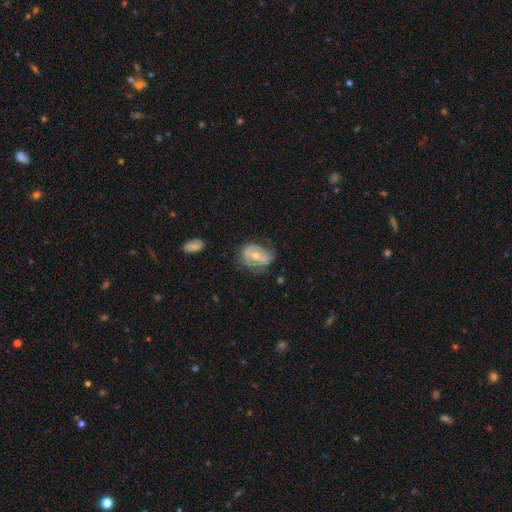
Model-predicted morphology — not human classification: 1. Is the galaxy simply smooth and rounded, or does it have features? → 64% featured or disk, 29% smooth, 7% star or artifact.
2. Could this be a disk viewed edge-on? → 96% no, 4% yes.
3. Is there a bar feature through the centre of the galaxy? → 44% no, 37% weak, 19% strong.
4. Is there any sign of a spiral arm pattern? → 72% yes, 28% no.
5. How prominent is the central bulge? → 64% moderate, 32% small, 3% large, 1% none, 1% dominant.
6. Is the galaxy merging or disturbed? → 53% none, 30% minor disturbance, 15% major disturbance, 2% merger.